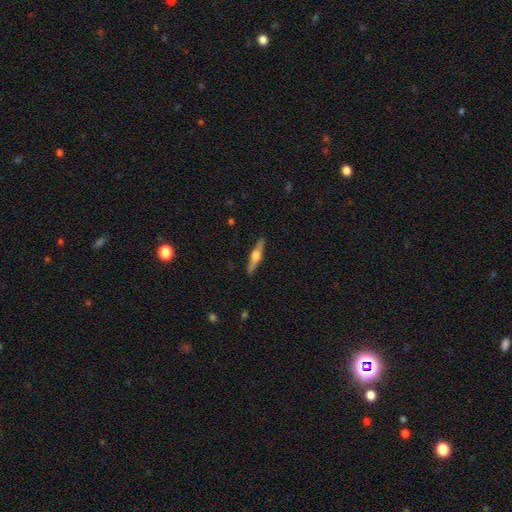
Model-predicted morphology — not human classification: Smooth or featured? featured or disk (67%)
Edge-on disk? yes (97%)
Edge-on bulge? rounded (93%)
Merging? none (91%)